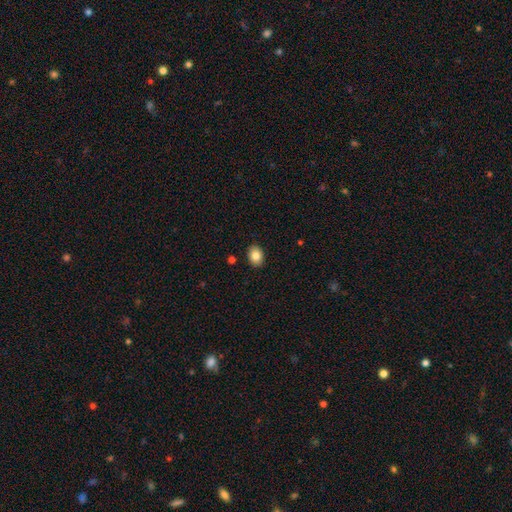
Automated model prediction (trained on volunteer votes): The model was most divided on "how rounded": in between: 68%, round: 31%, cigar-shaped: 1%. More confident: merging — none (90%); smooth or featured — smooth (84%).